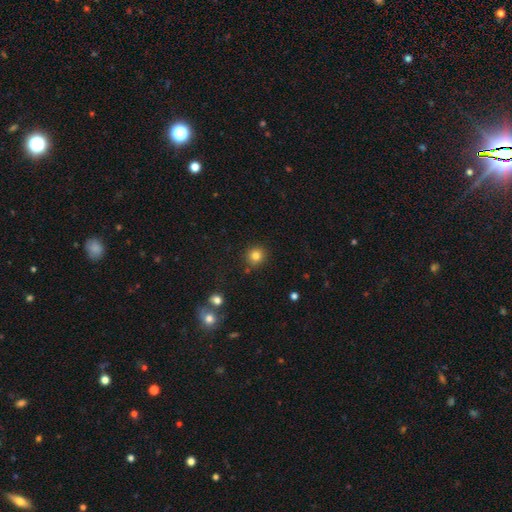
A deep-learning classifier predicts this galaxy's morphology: This appears to be a smooth galaxy with no disk features (81%) that is round (91%). Merging: none (86%).